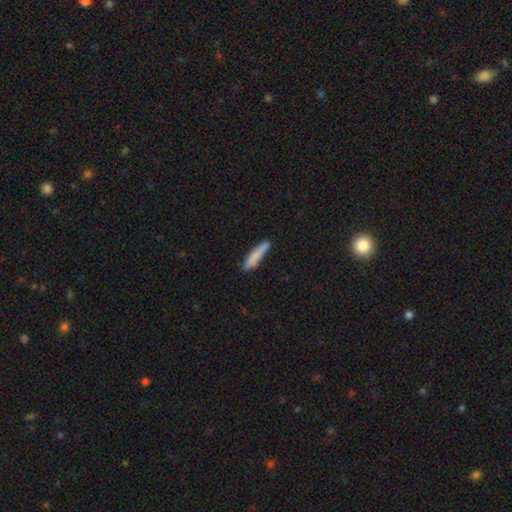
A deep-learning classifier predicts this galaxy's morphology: Q: Smooth or featured?
A: smooth (79%); runner-up: featured or disk (15%)
Q: How rounded?
A: cigar-shaped (90%); runner-up: in between (8%)
Q: Merging?
A: none (73%); runner-up: minor disturbance (19%)